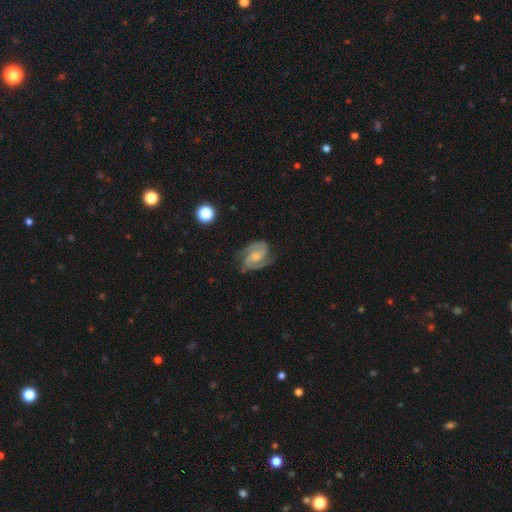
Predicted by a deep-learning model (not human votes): This is clearly a featured or disk galaxy (88%). It is clearly not viewed edge-on (98%). Bar: possibly no (50%). Spiral arm pattern: clearly yes (98%). Spiral arm count: clearly 2 (90%). Spiral winding: possibly medium (51%). Central bulge: possibly small (48%). Merging: likely none (75%).